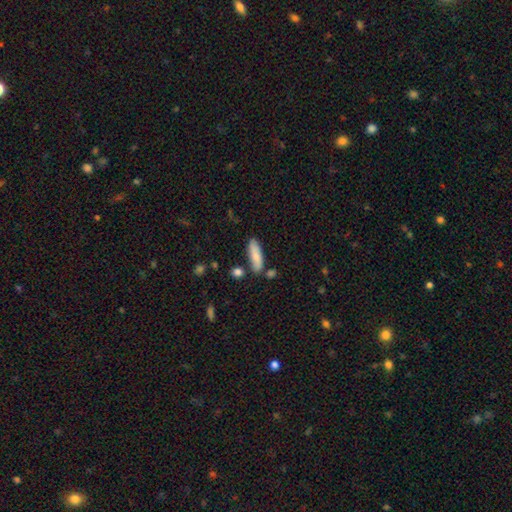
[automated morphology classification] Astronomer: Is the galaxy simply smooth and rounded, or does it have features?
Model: smooth — 79%.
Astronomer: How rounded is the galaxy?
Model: in between — 54% (runner-up: cigar-shaped, 44%).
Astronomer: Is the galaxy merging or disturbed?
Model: none — 75%.